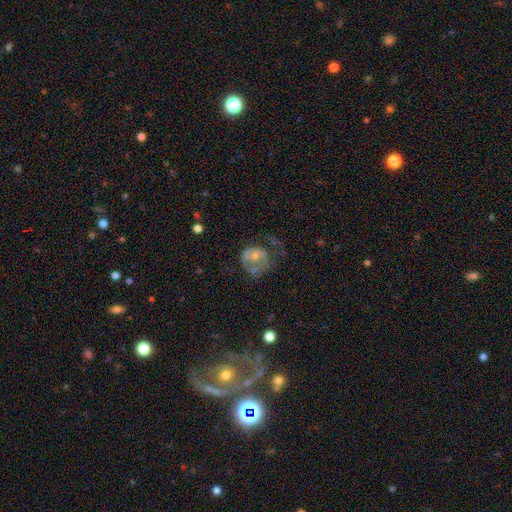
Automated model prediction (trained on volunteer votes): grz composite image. It shows a featured or disk galaxy (56%) with no bar (84%), no spiral arms (56%) and a small central bulge (47%). Merging: major disturbance (42%).